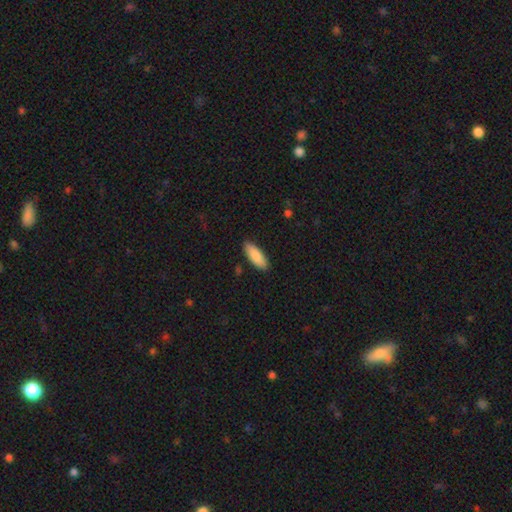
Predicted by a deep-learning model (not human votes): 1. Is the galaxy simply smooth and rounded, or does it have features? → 87% smooth, 7% featured or disk, 6% star or artifact.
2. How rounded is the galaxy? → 67% in between, 31% cigar-shaped, 1% round.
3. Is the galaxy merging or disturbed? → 87% none, 10% minor disturbance, 2% major disturbance, 1% merger.